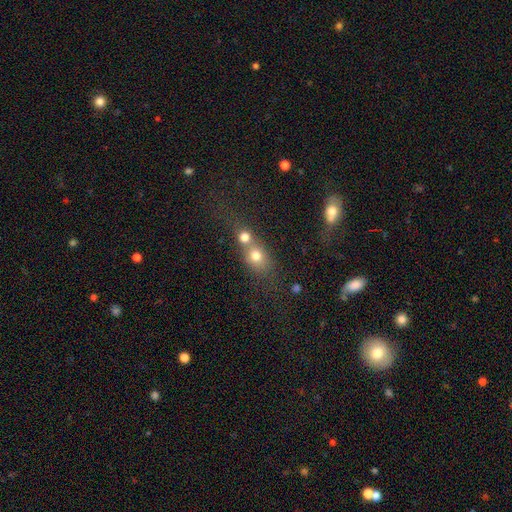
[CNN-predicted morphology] A smooth galaxy with no disk features (72%) that is round (62%).

Vote fractions:
- Smooth or featured? smooth: 72% / featured or disk: 15% / star or artifact: 13%
- How rounded? round: 62% / in between: 36% / cigar-shaped: 3%
- Merging? merger: 60% / none: 28% / minor disturbance: 7% / major disturbance: 5%